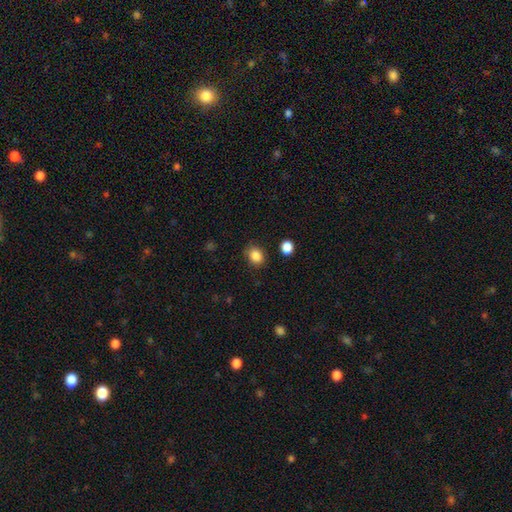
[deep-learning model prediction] Overall: smooth (86%). How rounded: round (56%; in between 43%). Merging: none (82%).